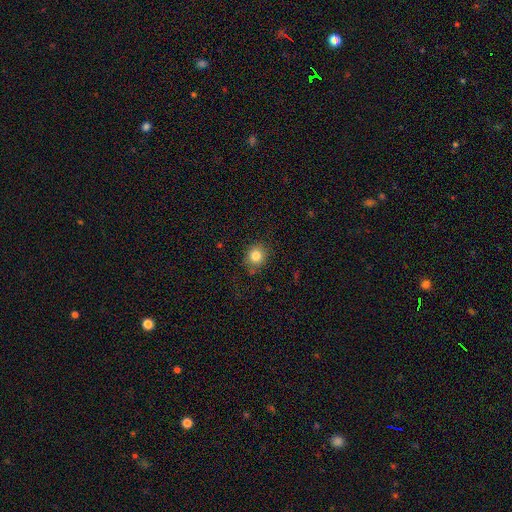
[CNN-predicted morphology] Smooth or featured? Predicted: smooth (p=0.82). How rounded? Predicted: round (p=0.81). Merging? Predicted: none (p=0.81).